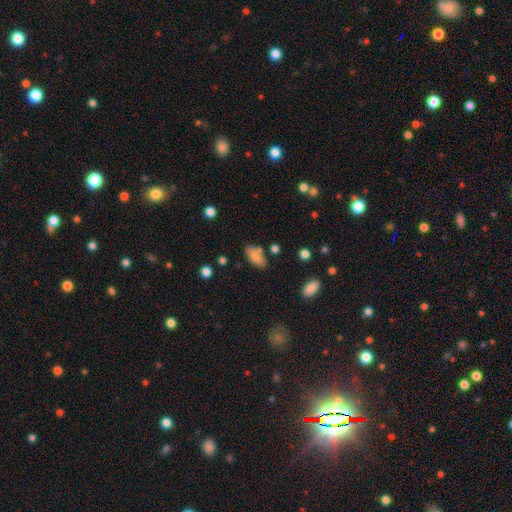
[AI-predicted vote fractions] smooth-or-featured: smooth: 81% | featured or disk: 10% | star or artifact: 9%
  how-rounded: in between: 90% | cigar-shaped: 7% | round: 3%
  merging: none: 71% | minor disturbance: 16% | merger: 9% | major disturbance: 4%